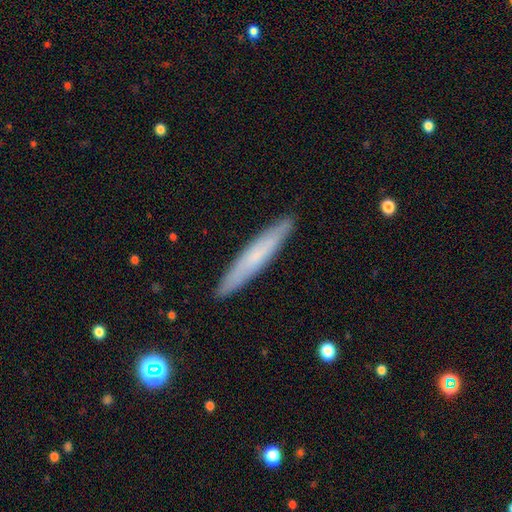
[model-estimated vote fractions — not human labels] This appears to be a smooth galaxy with no disk features (61%) that is cigar-shaped (94%). Merging: none (91%).